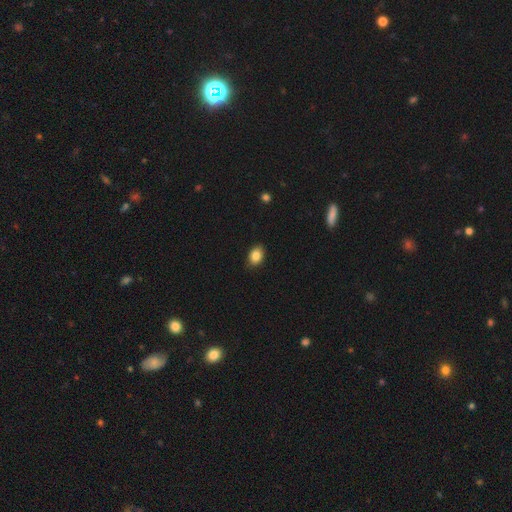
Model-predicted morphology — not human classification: A smooth galaxy with no disk features (86%) that is in between round and cigar-shaped (71%).

Vote fractions:
- Smooth or featured? smooth: 86% / star or artifact: 9% / featured or disk: 5%
- How rounded? in between: 71% / round: 27% / cigar-shaped: 1%
- Merging? none: 85% / minor disturbance: 12% / major disturbance: 2% / merger: 1%